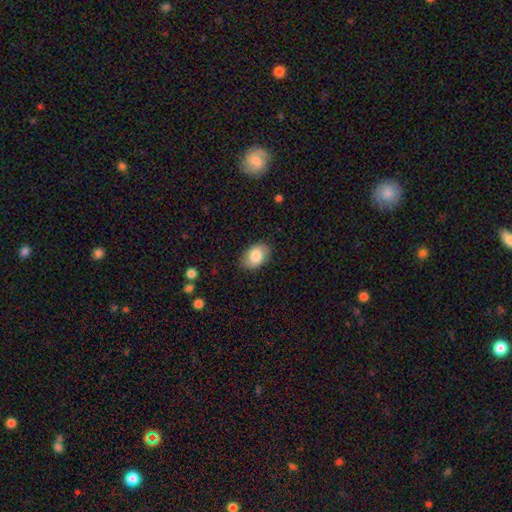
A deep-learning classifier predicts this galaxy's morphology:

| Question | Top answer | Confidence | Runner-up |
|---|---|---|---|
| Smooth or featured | smooth | 81% | featured or disk (13%) |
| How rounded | in between | 88% | round (11%) |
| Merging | none | 85% | minor disturbance (11%) |